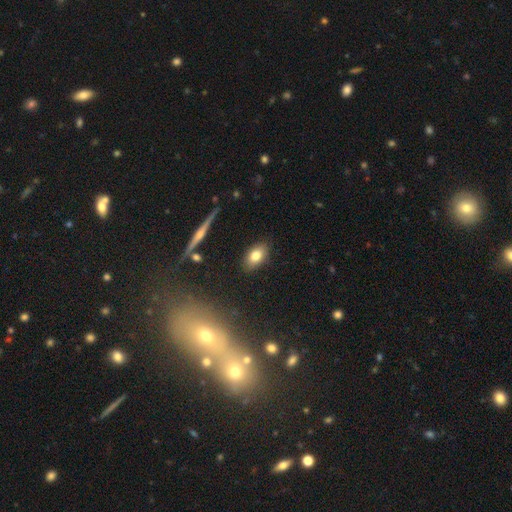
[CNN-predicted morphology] smooth_or_featured: smooth (p=0.80) [alt: featured or disk p=0.11]
how_rounded: in between (p=0.86) [alt: round p=0.11]
merging: none (p=0.87) [alt: minor disturbance p=0.10]